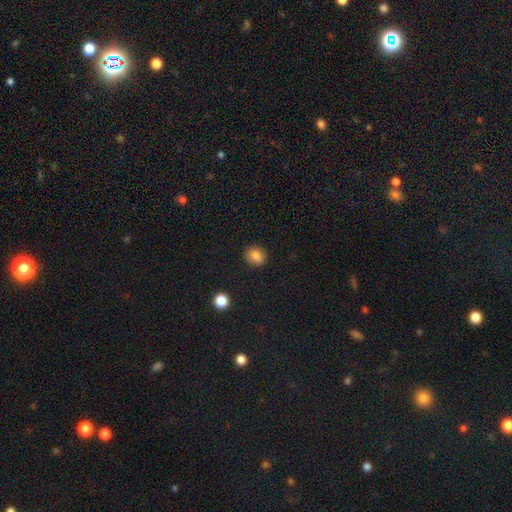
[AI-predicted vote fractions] This is clearly a smooth galaxy (84%). How rounded: likely round (69%). Merging: clearly none (89%).